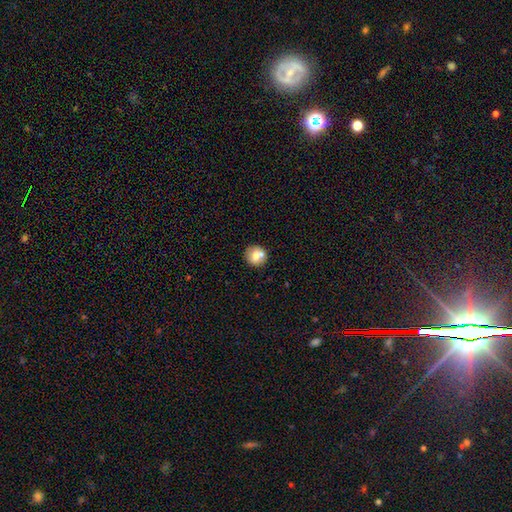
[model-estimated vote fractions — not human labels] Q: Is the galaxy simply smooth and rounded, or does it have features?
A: smooth — 71%.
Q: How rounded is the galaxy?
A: round — 88%.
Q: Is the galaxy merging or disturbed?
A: none — 68%.